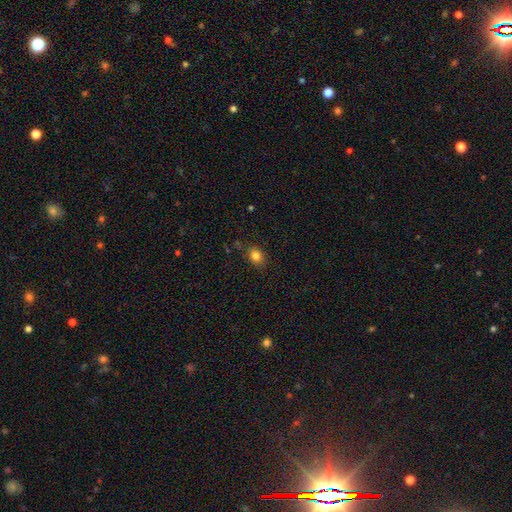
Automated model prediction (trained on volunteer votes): Morphology: type=smooth (82%); roundness=in between (52%); merging=none (82%).